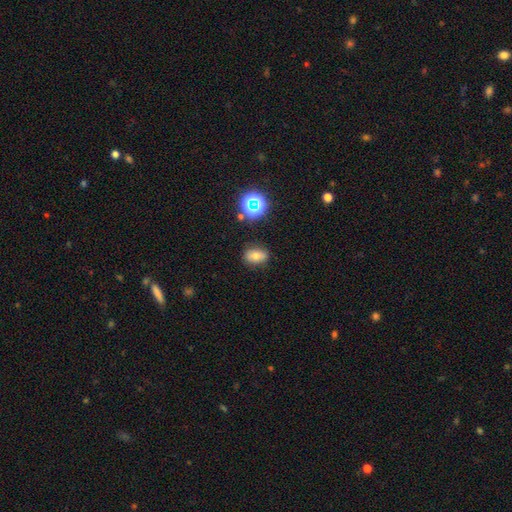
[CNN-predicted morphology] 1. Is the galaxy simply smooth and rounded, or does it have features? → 69% smooth, 17% star or artifact, 14% featured or disk.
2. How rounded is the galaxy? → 77% in between, 21% round, 2% cigar-shaped.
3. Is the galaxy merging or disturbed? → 81% none, 14% minor disturbance, 3% major disturbance, 2% merger.